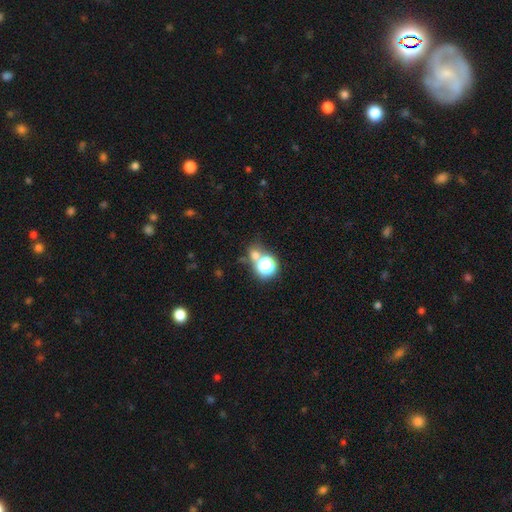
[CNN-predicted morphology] smooth_or_featured: smooth (p=0.55) [alt: star or artifact p=0.36]
how_rounded: round (p=0.79) [alt: in between p=0.19]
merging: none (p=0.59) [alt: merger p=0.26]